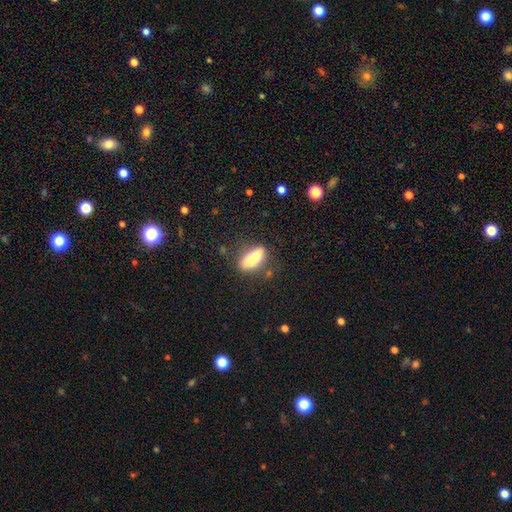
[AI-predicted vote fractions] smooth-or-featured: smooth: 64% | featured or disk: 27% | star or artifact: 8%
  how-rounded: in between: 74% | cigar-shaped: 18% | round: 8%
  merging: none: 49% | merger: 30% | minor disturbance: 15% | major disturbance: 6%